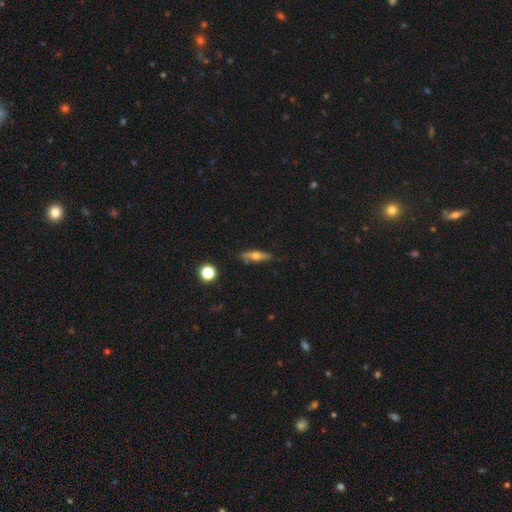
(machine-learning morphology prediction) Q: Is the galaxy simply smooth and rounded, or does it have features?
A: smooth — 50%.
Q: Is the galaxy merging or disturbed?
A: none — 74%.